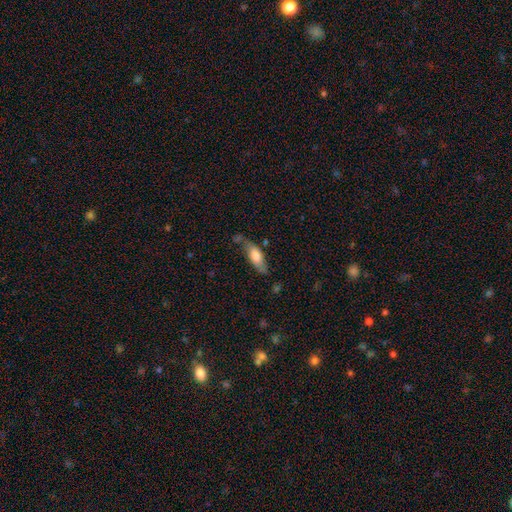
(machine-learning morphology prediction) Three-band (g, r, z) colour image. It shows a smooth galaxy with no disk features (65%) that is in between round and cigar-shaped (65%). Merging: none (59%).